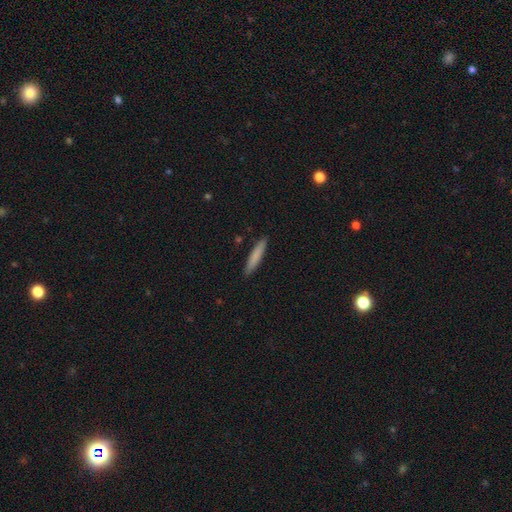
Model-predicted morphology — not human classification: Q: Smooth or featured?
A: smooth (80%); runner-up: featured or disk (14%)
Q: How rounded?
A: cigar-shaped (91%); runner-up: in between (8%)
Q: Merging?
A: none (90%); runner-up: minor disturbance (8%)